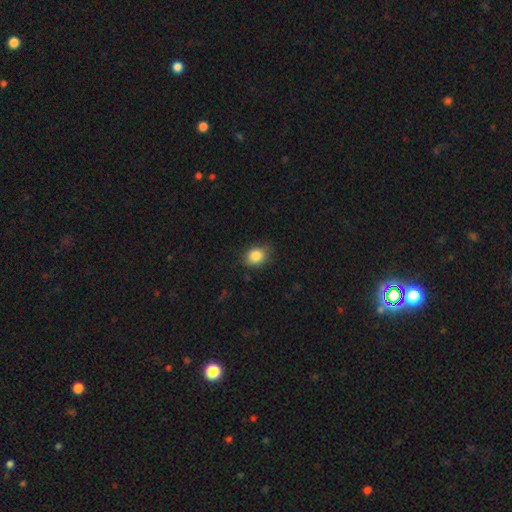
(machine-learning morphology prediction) This is clearly a smooth galaxy (85%). How rounded: possibly in between (51%). Merging: likely none (79%).